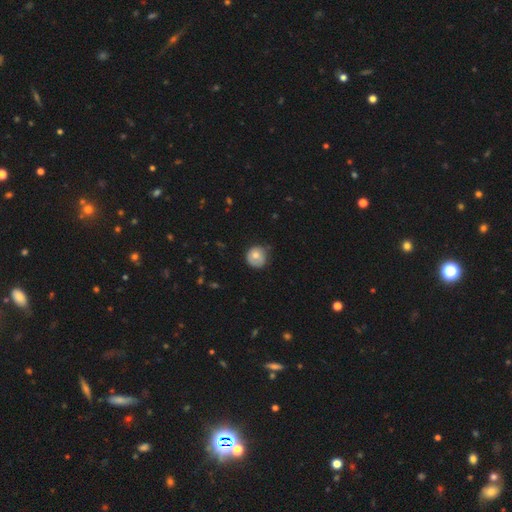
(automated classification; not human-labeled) Smooth or featured? smooth (70%)
How rounded? round (89%)
Merging? none (64%)